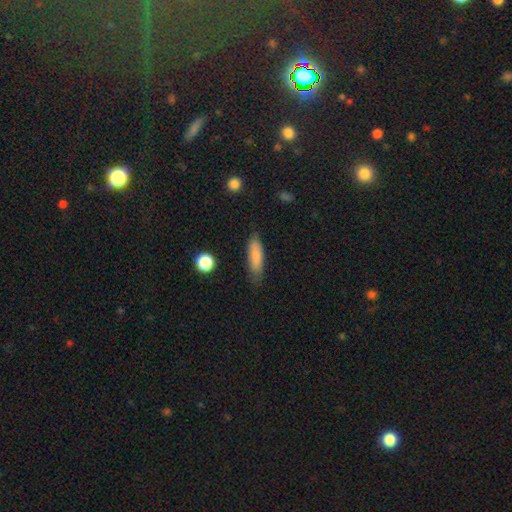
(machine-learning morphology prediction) The model was most divided on "how rounded": cigar-shaped: 53%, in between: 45%, round: 2%. More confident: smooth or featured — smooth (81%); merging — none (78%).